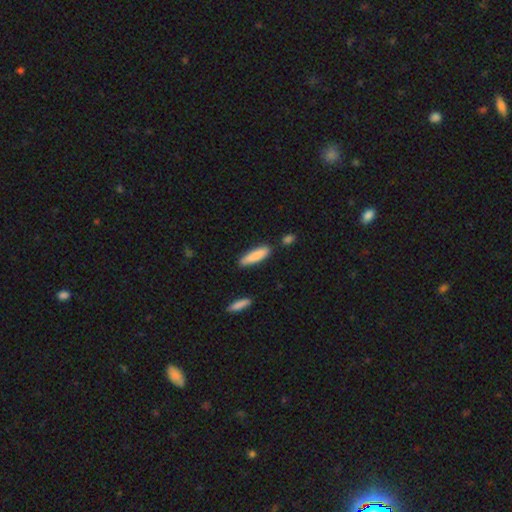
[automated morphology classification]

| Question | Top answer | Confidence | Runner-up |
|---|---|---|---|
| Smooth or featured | smooth | 85% | featured or disk (9%) |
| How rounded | cigar-shaped | 73% | in between (26%) |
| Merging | none | 83% | minor disturbance (11%) |